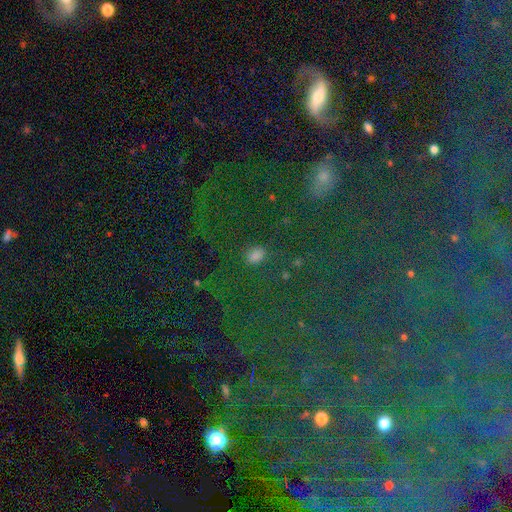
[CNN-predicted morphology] smooth_or_featured: smooth (p=0.59) [alt: star or artifact p=0.33]
how_rounded: in between (p=0.51) [alt: round p=0.46]
merging: none (p=0.76) [alt: minor disturbance p=0.11]